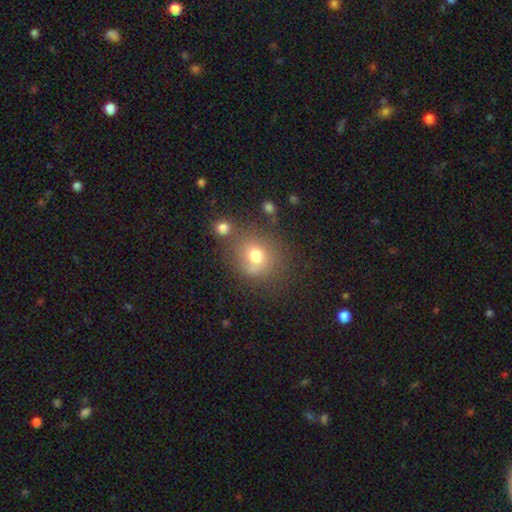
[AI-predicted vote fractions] smooth 72%, star or artifact 14%, featured or disk 14%. Down the decision tree: how rounded — round (77%); merging — none (60%).